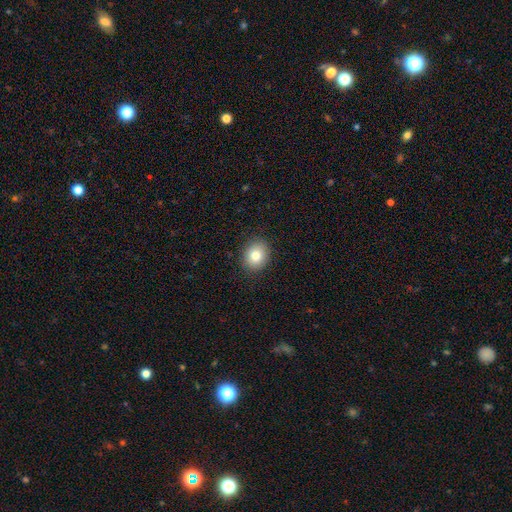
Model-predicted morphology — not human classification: The model was most divided on "how rounded": round: 59%, in between: 40%, cigar-shaped: 1%. More confident: merging — none (89%); smooth or featured — smooth (81%).